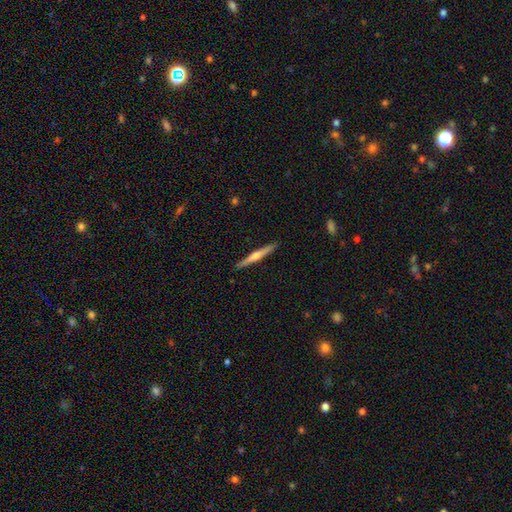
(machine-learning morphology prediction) featured or disk 66%, smooth 28%, star or artifact 5%. Down the decision tree: edge-on disk — yes (98%); edge-on bulge — rounded (89%); merging — none (92%).